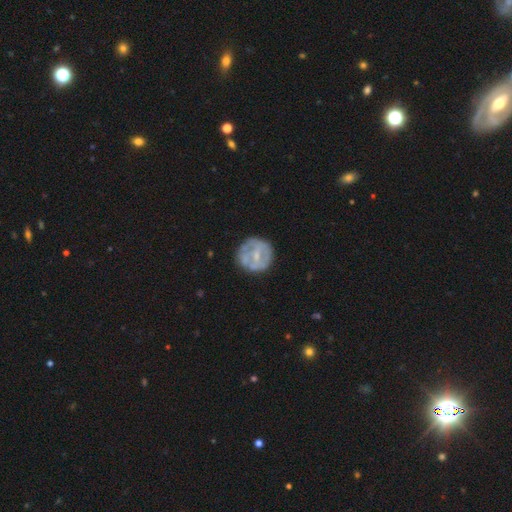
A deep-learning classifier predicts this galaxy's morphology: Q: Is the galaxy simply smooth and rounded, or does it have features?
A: featured or disk — 56%.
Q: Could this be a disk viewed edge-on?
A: no — 97%.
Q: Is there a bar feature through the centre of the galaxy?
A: no — 51%.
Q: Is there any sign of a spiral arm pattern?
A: no — 71%.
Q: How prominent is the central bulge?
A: small — 50%.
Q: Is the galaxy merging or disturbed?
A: none — 69%.